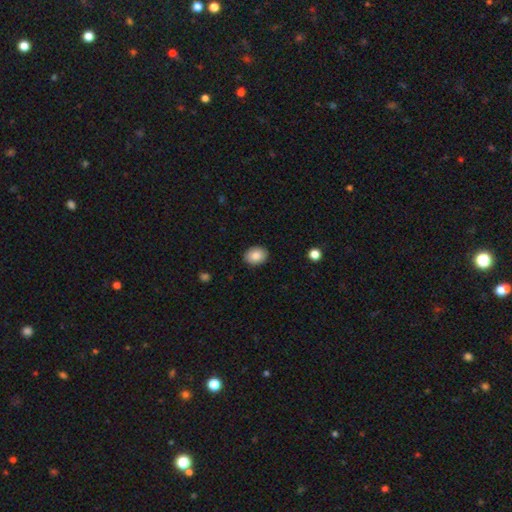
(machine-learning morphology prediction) Smooth or featured: smooth — 87% (star or artifact — 8%)
How rounded: in between — 58% (round — 41%)
Merging: none — 90% (minor disturbance — 7%)